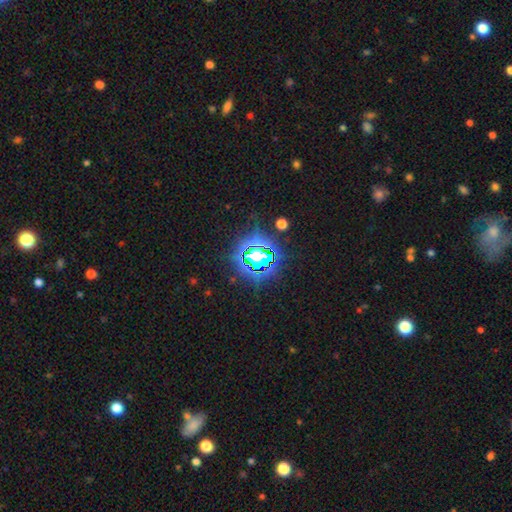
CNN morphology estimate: Smooth or featured?
  - star or artifact: 71% *
  - smooth: 18%
  - featured or disk: 11%